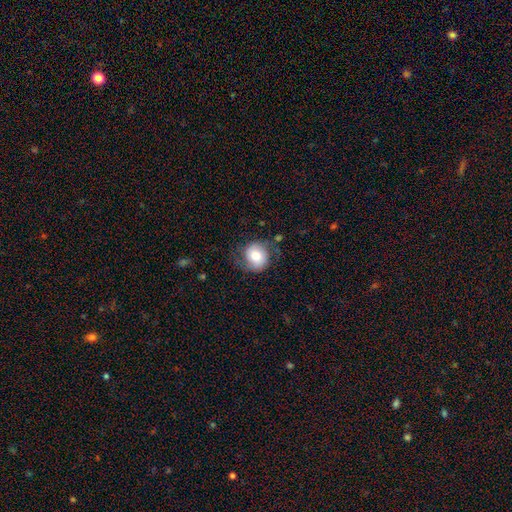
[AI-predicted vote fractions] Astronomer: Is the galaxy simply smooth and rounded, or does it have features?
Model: smooth — 58% (runner-up: featured or disk, 34%).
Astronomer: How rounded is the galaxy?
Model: round — 80%.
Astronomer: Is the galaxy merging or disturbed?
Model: none — 64%.